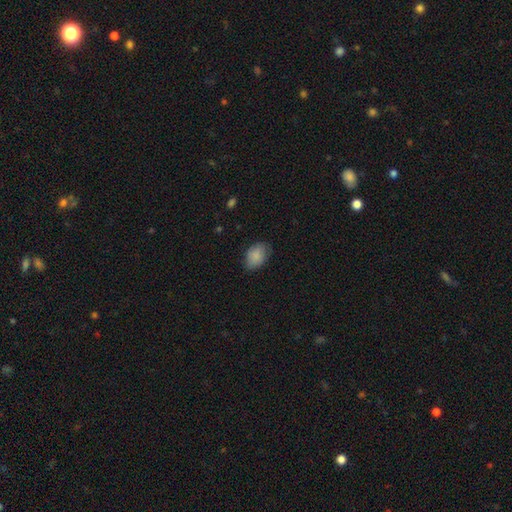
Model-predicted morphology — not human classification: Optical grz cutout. It shows a smooth galaxy with no disk features (87%) that is in between round and cigar-shaped (83%). Merging: none (75%).